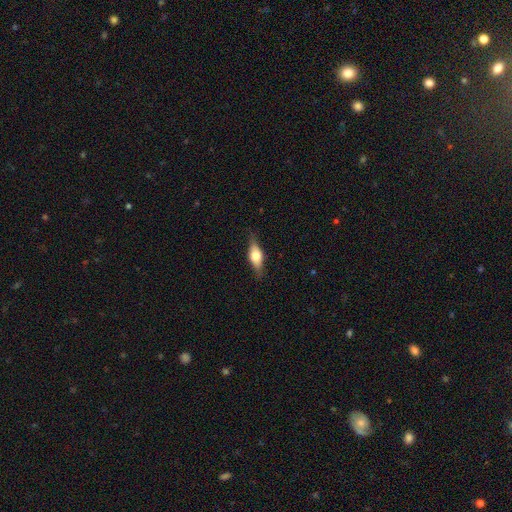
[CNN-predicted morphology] Overall: featured or disk (47%; smooth 46%). Merging: none (82%).